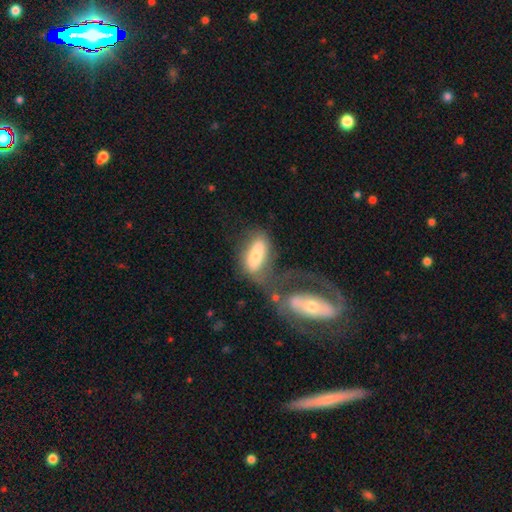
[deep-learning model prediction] Smooth or featured? Predicted: smooth (p=0.66). How rounded? Predicted: in between (p=0.77). Merging? Predicted: merger (p=0.35).